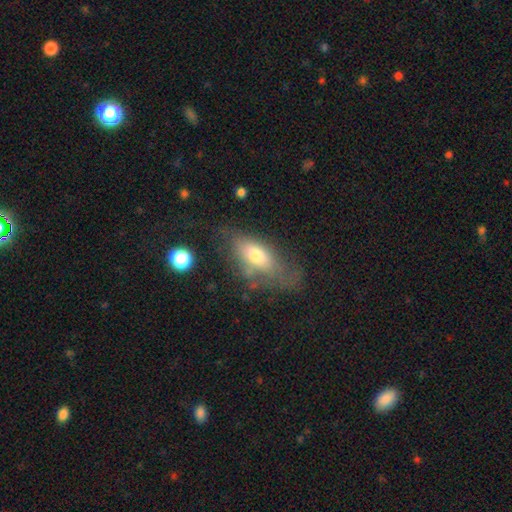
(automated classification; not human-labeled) smooth 64%, featured or disk 27%, star or artifact 9%. Down the decision tree: how rounded — in between (81%); merging — none (43%).